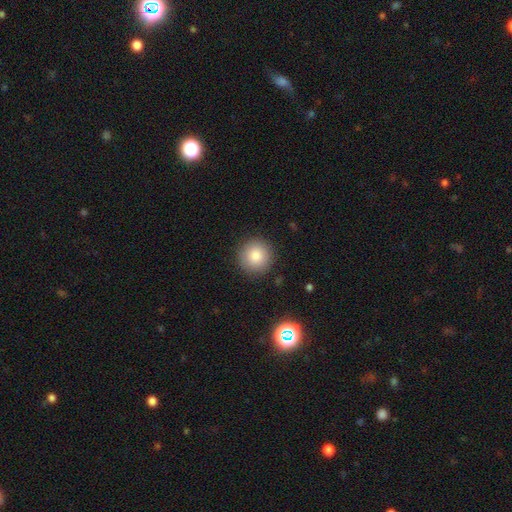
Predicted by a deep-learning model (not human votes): Overall: smooth (84%). How rounded: round (94%). Merging: none (90%).